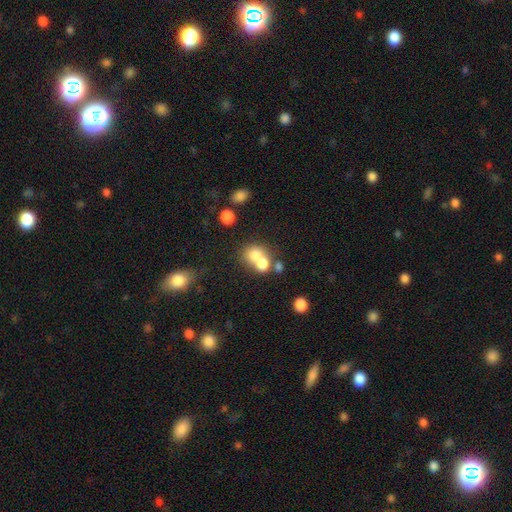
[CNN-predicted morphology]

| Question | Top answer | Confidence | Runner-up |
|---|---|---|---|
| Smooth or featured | smooth | 71% | featured or disk (18%) |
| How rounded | round | 66% | in between (33%) |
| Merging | merger | 64% | none (26%) |